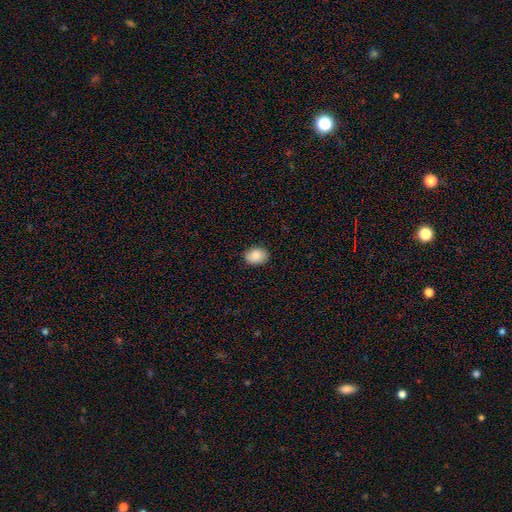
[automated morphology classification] Overall: smooth (88%). How rounded: in between (71%). Merging: none (85%).